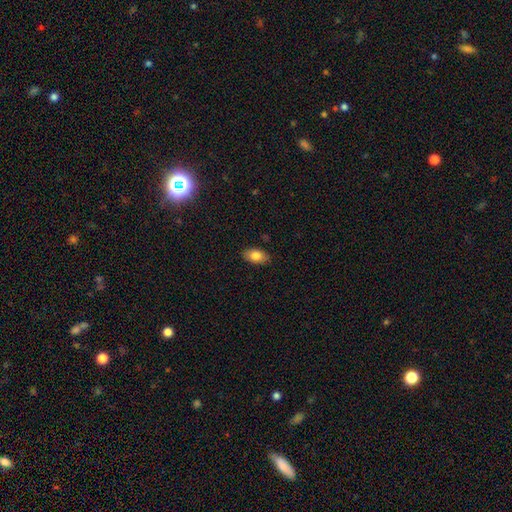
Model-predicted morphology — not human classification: Smooth or featured? Predicted: smooth (p=0.81). How rounded? Predicted: in between (p=0.91). Merging? Predicted: none (p=0.87).